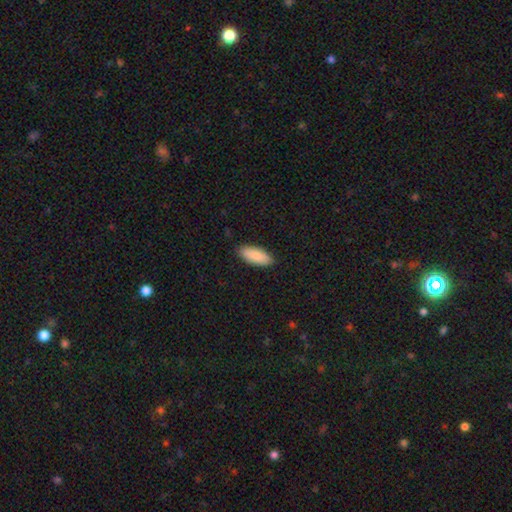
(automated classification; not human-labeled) A smooth galaxy with no disk features (89%) that is in between round and cigar-shaped (80%). Merging: none (88%).